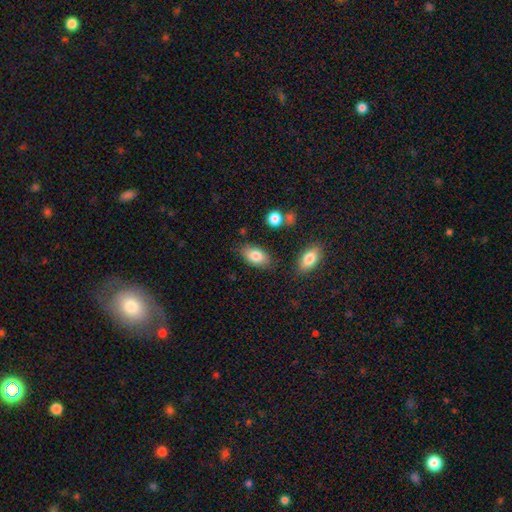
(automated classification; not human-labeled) This appears to be a smooth galaxy with no disk features (81%) that is in between round and cigar-shaped (91%). Merging: none (79%).